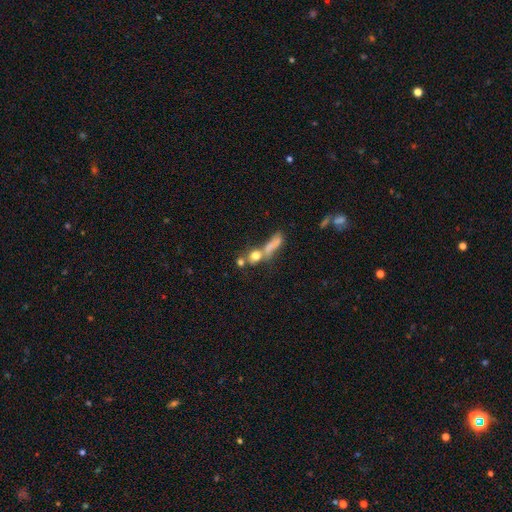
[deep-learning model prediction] Q: Smooth or featured?
A: smooth (68%); runner-up: featured or disk (18%)
Q: How rounded?
A: round (61%); runner-up: in between (24%)
Q: Merging?
A: merger (45%); runner-up: none (35%)